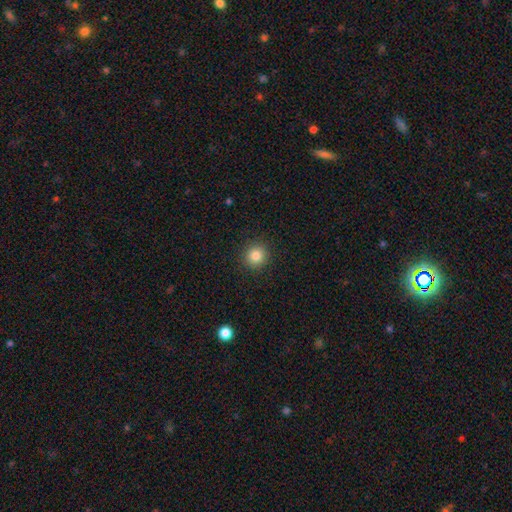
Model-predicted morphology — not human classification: Smooth or featured?
  - smooth: 83% *
  - star or artifact: 11%
  - featured or disk: 5%
How rounded?
  - round: 93% *
  - in between: 7%
  - cigar-shaped: 1%
Merging?
  - none: 91% *
  - minor disturbance: 6%
  - major disturbance: 2%
  - merger: 1%